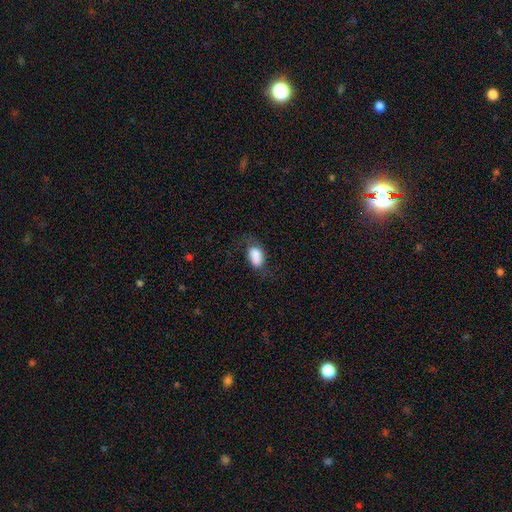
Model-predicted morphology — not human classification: smooth_or_featured: smooth (p=0.77) [alt: featured or disk p=0.14]
how_rounded: in between (p=0.84) [alt: round p=0.15]
merging: none (p=0.37) [alt: minor disturbance p=0.29]